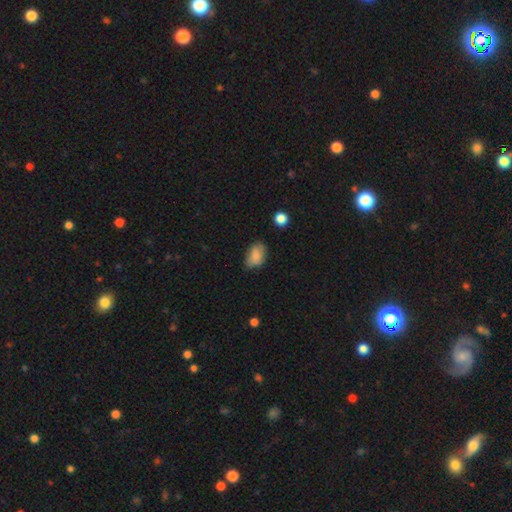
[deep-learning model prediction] Morphology: type=smooth (83%); roundness=in between (86%); merging=none (61%).